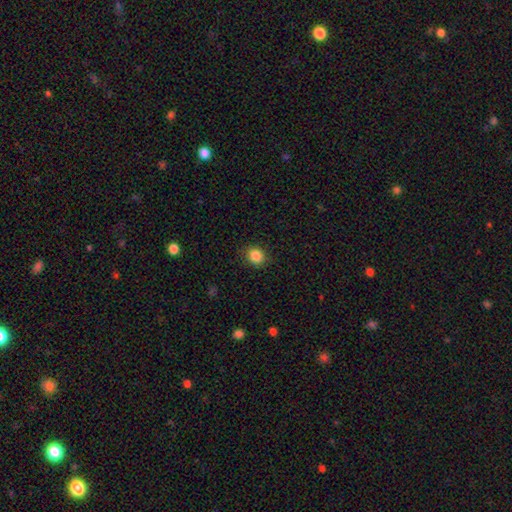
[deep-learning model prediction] Morphology: type=smooth (85%); roundness=round (74%); merging=none (88%).